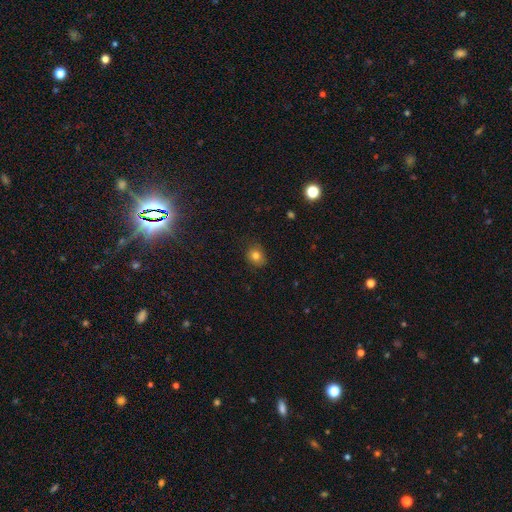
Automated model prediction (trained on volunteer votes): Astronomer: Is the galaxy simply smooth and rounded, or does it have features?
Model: smooth — 79%.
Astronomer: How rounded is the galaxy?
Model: round — 67%.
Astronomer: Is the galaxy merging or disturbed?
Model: none — 83%.